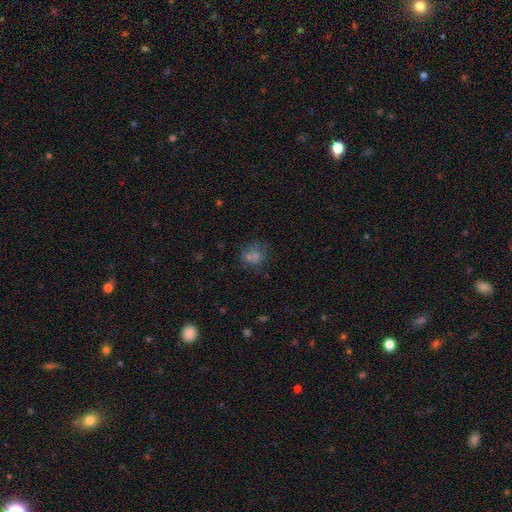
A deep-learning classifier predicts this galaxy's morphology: This appears to be a smooth galaxy with no disk features (57%) that is round (75%). Merging: none (60%).